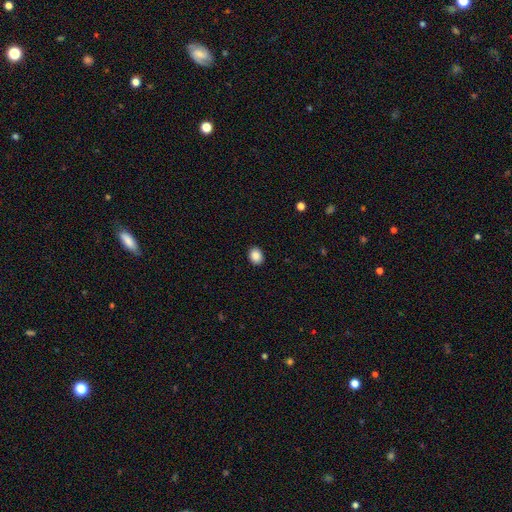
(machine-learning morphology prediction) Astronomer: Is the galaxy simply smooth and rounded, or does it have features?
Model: smooth — 88%.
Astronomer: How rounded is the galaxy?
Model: in between — 55% (runner-up: round, 44%).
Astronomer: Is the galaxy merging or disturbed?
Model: none — 91%.